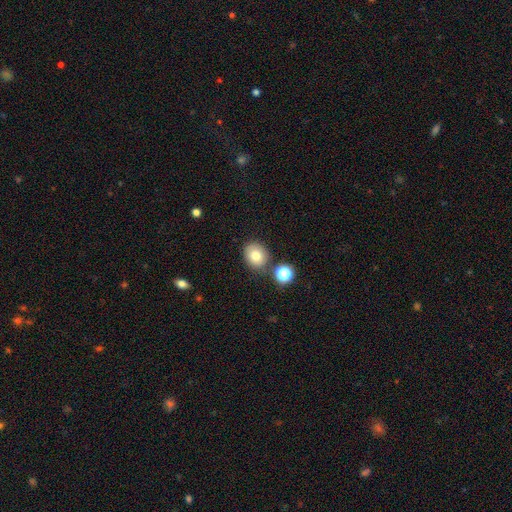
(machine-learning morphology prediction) Overall: smooth (78%). How rounded: round (67%; in between 32%). Merging: none (76%).